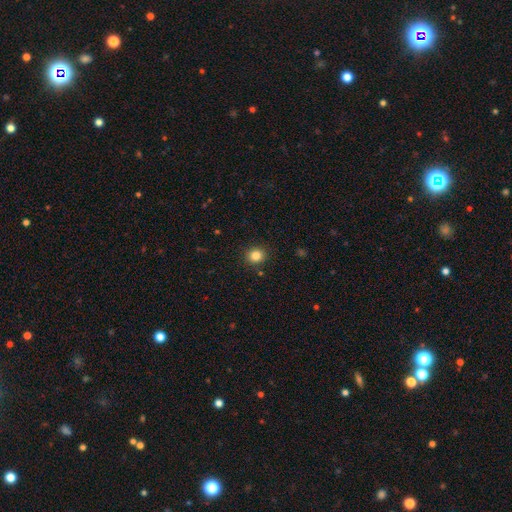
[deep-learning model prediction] A smooth galaxy with no disk features (84%) that is round (81%). Merging: none (90%).